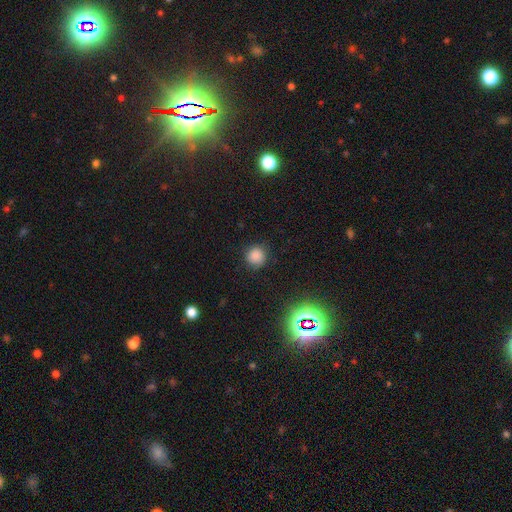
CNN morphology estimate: type=smooth (82%); roundness=round (90%); merging=none (82%).